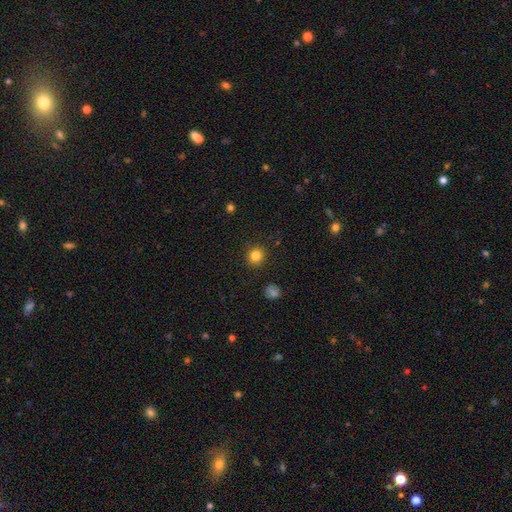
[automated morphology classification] Smooth or featured: smooth — 83% (star or artifact — 12%)
How rounded: round — 91% (in between — 8%)
Merging: none — 91% (minor disturbance — 6%)